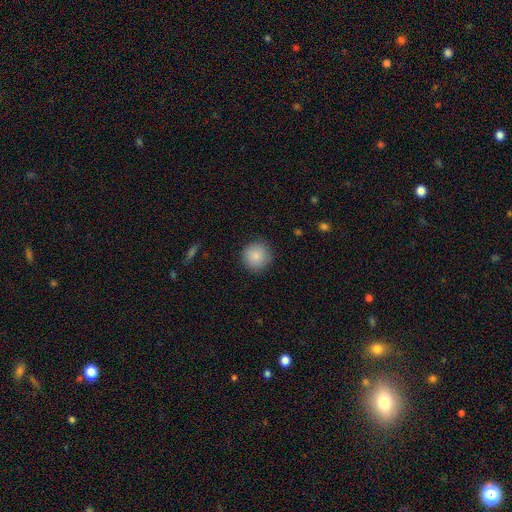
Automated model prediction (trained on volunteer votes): The model was most divided on "smooth or featured": smooth: 87%, star or artifact: 8%, featured or disk: 5%. More confident: how rounded — round (94%); merging — none (89%).